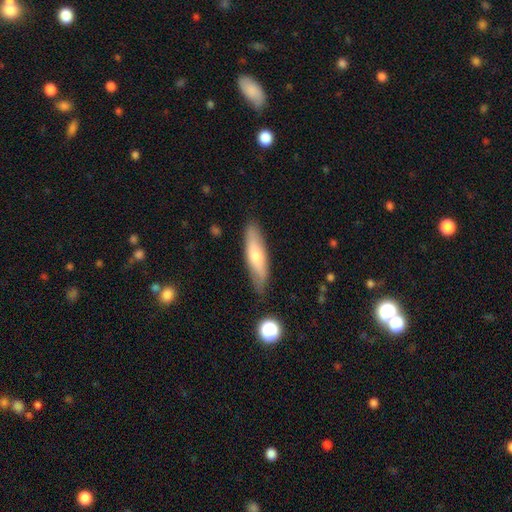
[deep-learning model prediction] Q: Smooth or featured?
A: smooth (55%); runner-up: featured or disk (38%)
Q: How rounded?
A: cigar-shaped (73%); runner-up: in between (25%)
Q: Merging?
A: none (83%); runner-up: minor disturbance (13%)